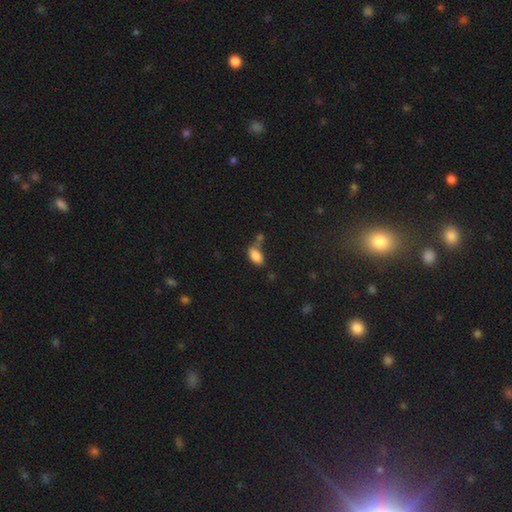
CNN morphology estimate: smooth-or-featured: smooth: 85% | star or artifact: 9% | featured or disk: 6%
  how-rounded: in between: 93% | round: 5% | cigar-shaped: 3%
  merging: none: 55% | merger: 20% | minor disturbance: 18% | major disturbance: 6%